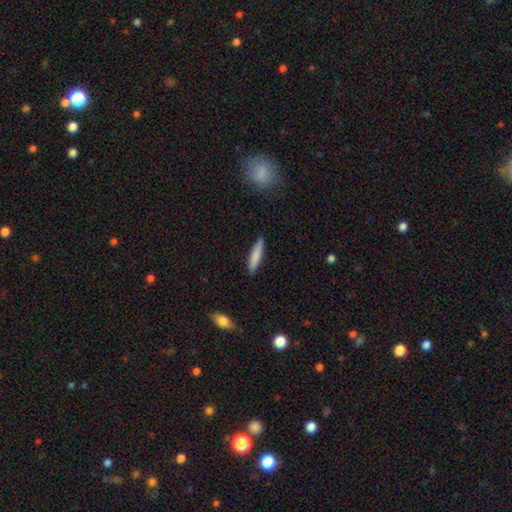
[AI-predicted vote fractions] Morphology: type=smooth (81%); roundness=cigar-shaped (85%); merging=none (88%).